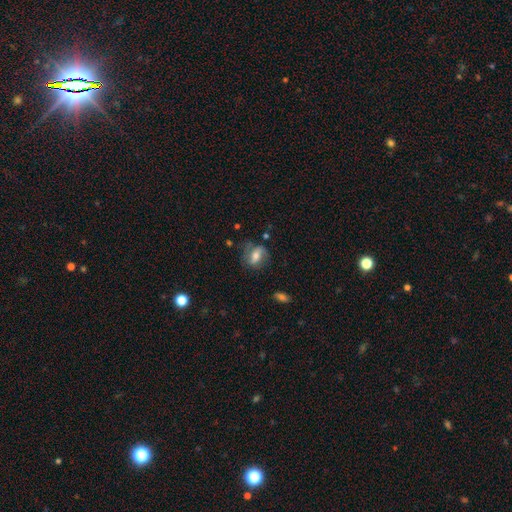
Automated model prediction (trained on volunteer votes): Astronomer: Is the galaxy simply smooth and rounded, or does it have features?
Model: featured or disk — 49% (runner-up: smooth, 43%).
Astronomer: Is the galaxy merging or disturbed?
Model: none — 62%.